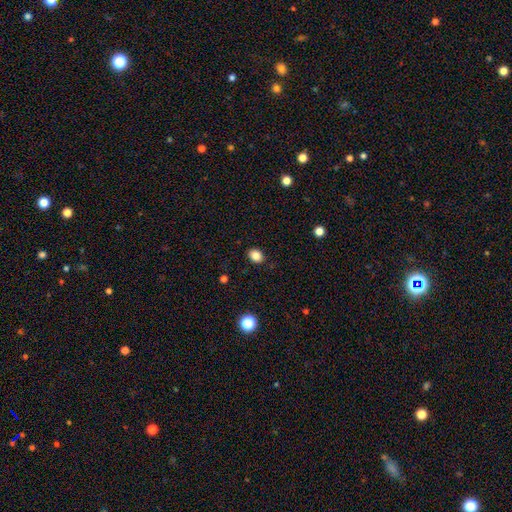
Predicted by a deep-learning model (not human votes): Smooth or featured: smooth — 85% (star or artifact — 11%)
How rounded: in between — 58% (round — 41%)
Merging: none — 89% (minor disturbance — 8%)